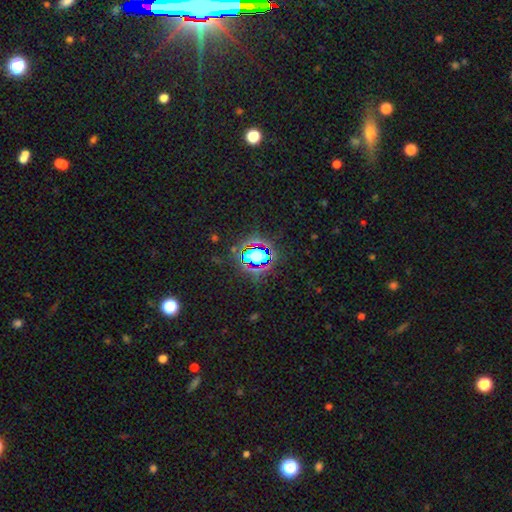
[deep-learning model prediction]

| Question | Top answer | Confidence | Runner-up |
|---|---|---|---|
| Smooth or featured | star or artifact | 67% | smooth (22%) |